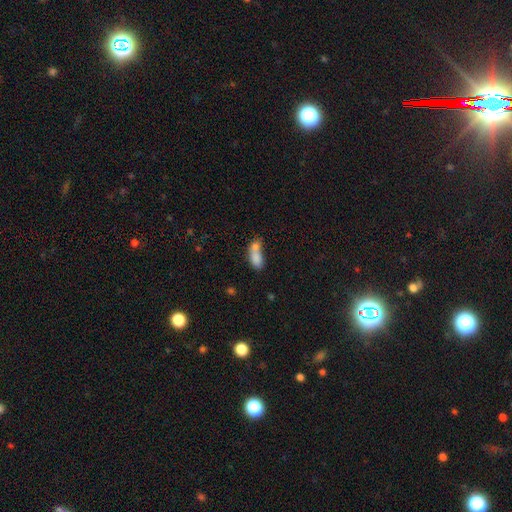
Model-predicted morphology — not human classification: type=smooth (76%); roundness=in between (80%); merging=merger (63%).